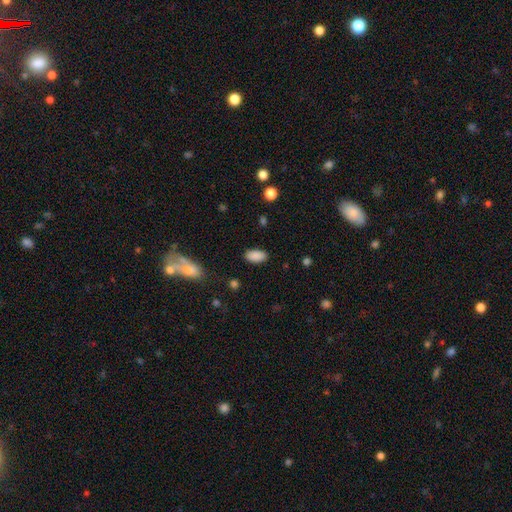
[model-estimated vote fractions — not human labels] Overall: smooth (89%). How rounded: in between (93%). Merging: none (87%).